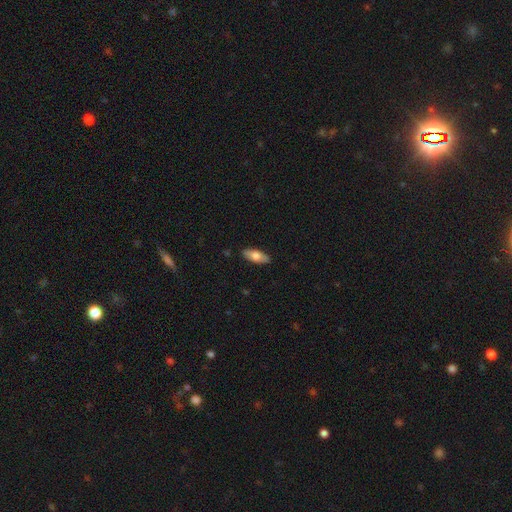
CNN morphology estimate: A smooth galaxy with no disk features (71%) that is in between round and cigar-shaped (78%). Merging: none (88%).